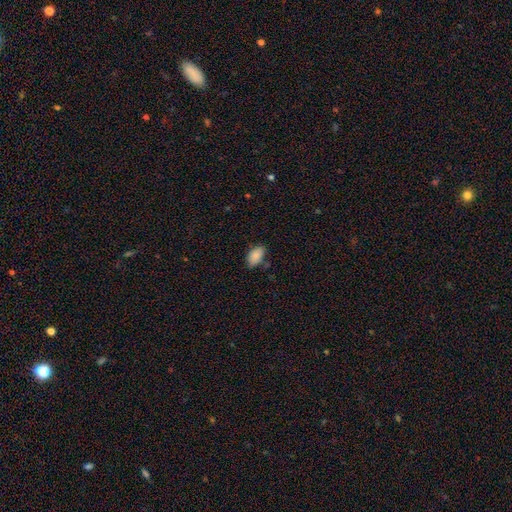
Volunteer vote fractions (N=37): smooth 84%, featured or disk 11%, star or artifact 5%. Down the decision tree: how rounded — in between (87%); merging — none (57%).